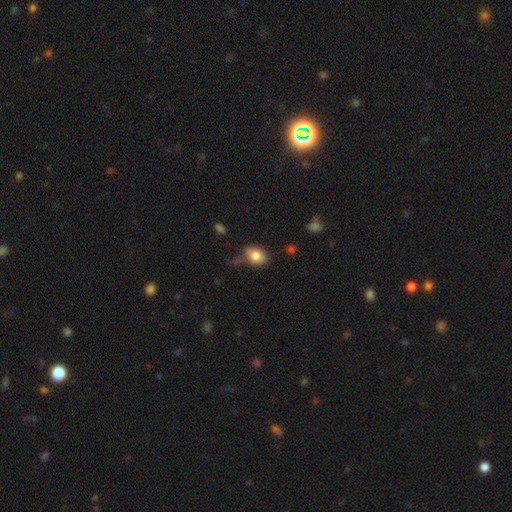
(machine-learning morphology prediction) Smooth or featured?
  - smooth: 82% *
  - featured or disk: 10%
  - star or artifact: 8%
How rounded?
  - in between: 72% *
  - round: 26%
  - cigar-shaped: 1%
Merging?
  - none: 67% *
  - minor disturbance: 21%
  - merger: 6%
  - major disturbance: 5%